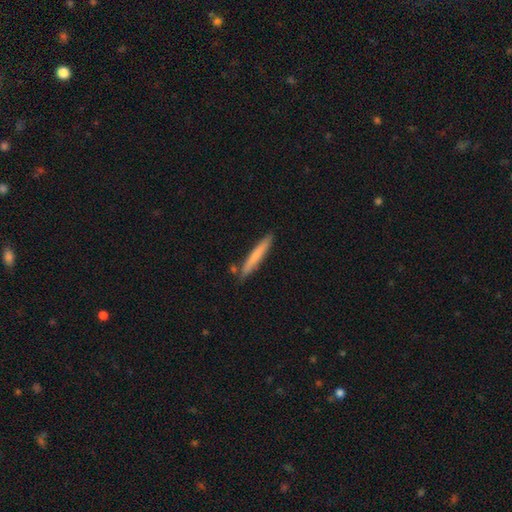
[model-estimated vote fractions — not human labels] smooth_or_featured: smooth (p=0.68) [alt: featured or disk p=0.26]
how_rounded: cigar-shaped (p=0.95) [alt: in between p=0.04]
merging: none (p=0.84) [alt: minor disturbance p=0.11]